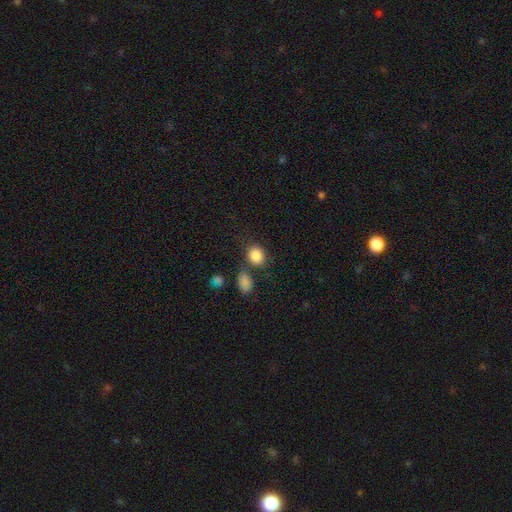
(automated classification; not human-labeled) Morphology: type=smooth (86%); roundness=round (62%); merging=none (70%).